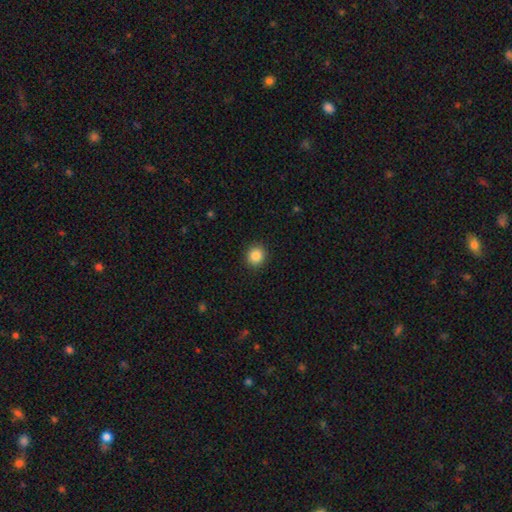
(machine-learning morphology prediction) A smooth galaxy with no disk features (86%) that is round (86%). Merging: none (92%).